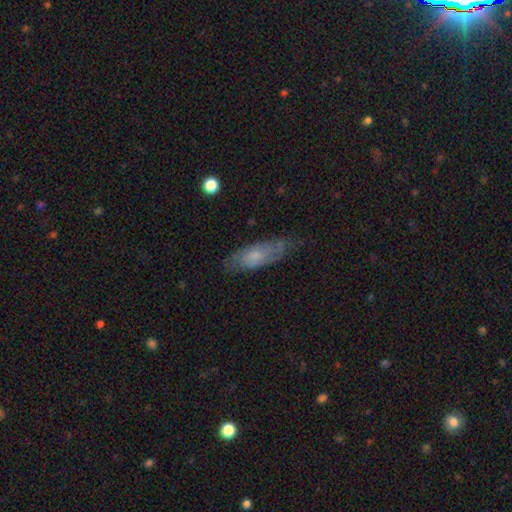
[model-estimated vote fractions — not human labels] Smooth or featured? Predicted: smooth (p=0.55). How rounded? Predicted: in between (p=0.61). Merging? Predicted: none (p=0.65).